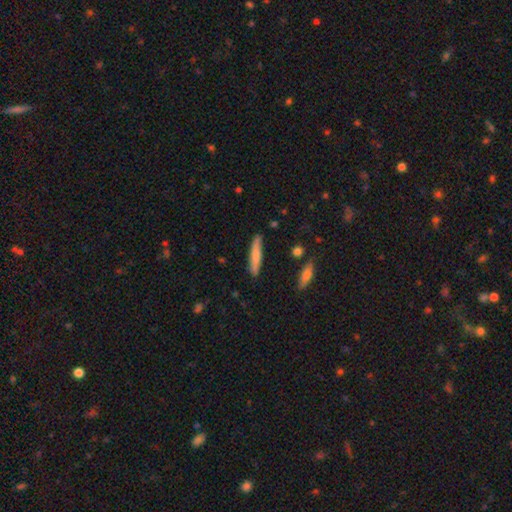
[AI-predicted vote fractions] smooth_or_featured: smooth (p=0.72) [alt: featured or disk p=0.22]
how_rounded: cigar-shaped (p=0.89) [alt: in between p=0.10]
merging: none (p=0.85) [alt: minor disturbance p=0.11]